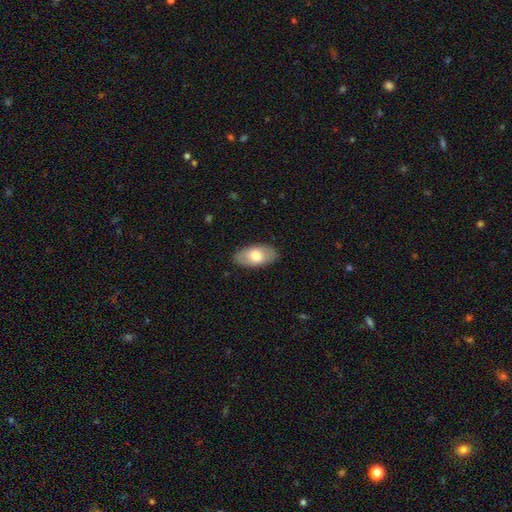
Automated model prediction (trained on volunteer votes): Overall: smooth (68%). How rounded: in between (94%). Merging: none (86%).